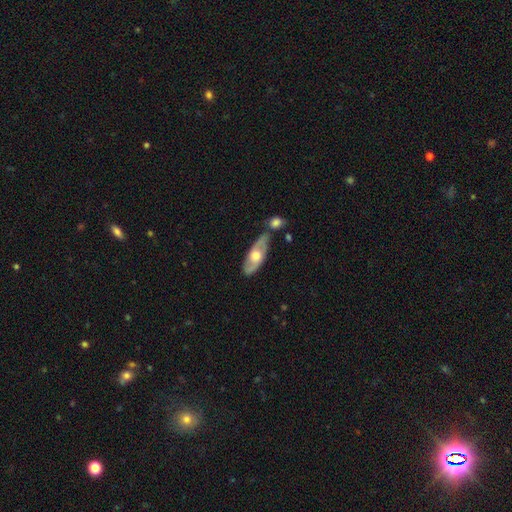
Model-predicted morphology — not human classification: Smooth or featured? featured or disk (59%)
Edge-on disk? no (67%)
Merging? none (63%)